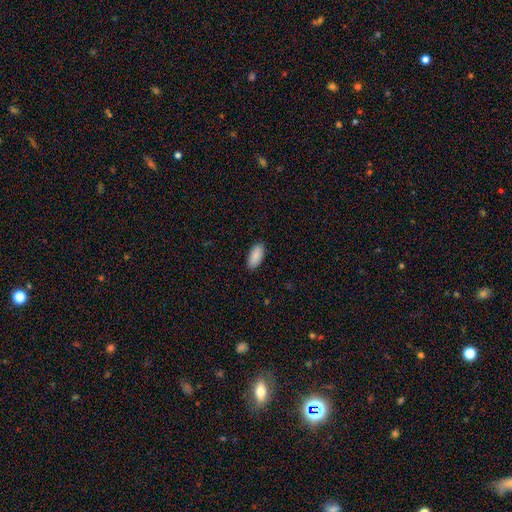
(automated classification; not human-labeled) smooth_or_featured: smooth (p=0.90) [alt: star or artifact p=0.06]
how_rounded: in between (p=0.91) [alt: cigar-shaped p=0.07]
merging: none (p=0.89) [alt: minor disturbance p=0.08]